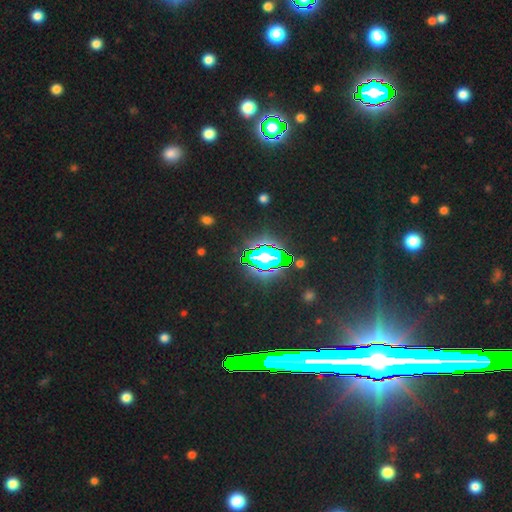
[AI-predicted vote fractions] Smooth or featured? star or artifact (79%)